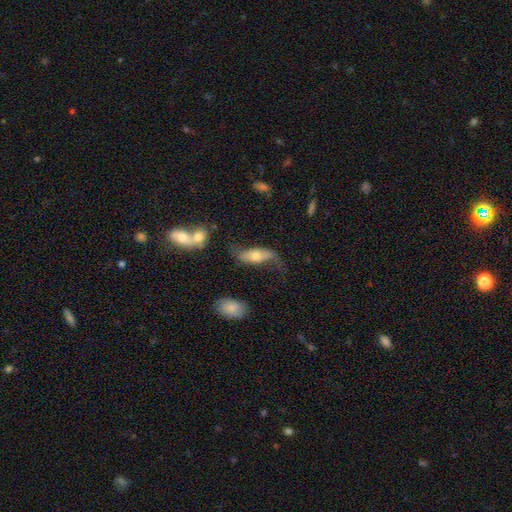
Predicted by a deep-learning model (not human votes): smooth-or-featured: featured or disk: 59% | smooth: 34% | star or artifact: 7%
  disk-edge-on: no: 79% | yes: 21%
  merging: none: 44% | major disturbance: 25% | minor disturbance: 25% | merger: 6%